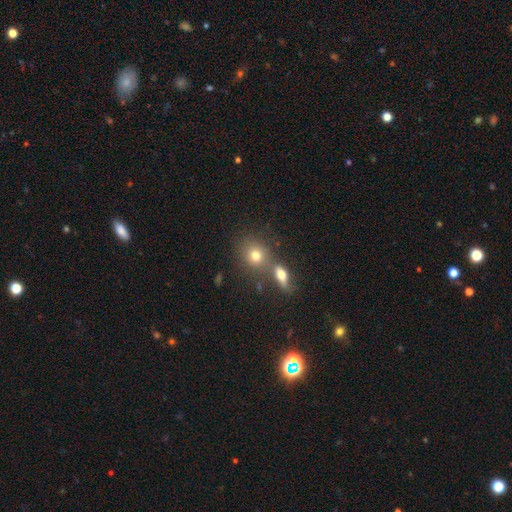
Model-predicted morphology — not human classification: A smooth galaxy with no disk features (74%) that is round (69%). Merging: none (57%).